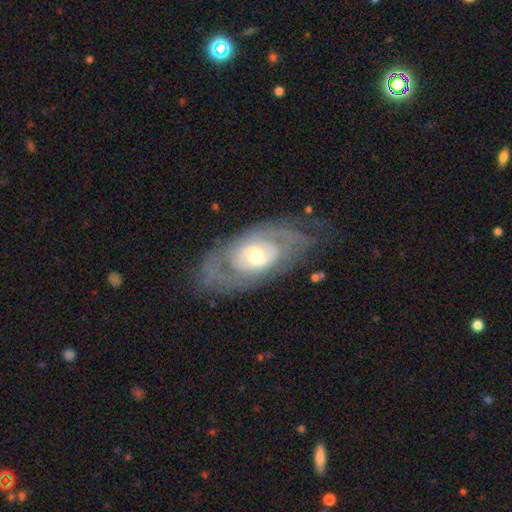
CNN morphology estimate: Q: Smooth or featured?
A: featured or disk (76%); runner-up: smooth (18%)
Q: Edge-on disk?
A: no (92%); runner-up: yes (8%)
Q: Bar?
A: no (56%); runner-up: weak (33%)
Q: Spiral arms?
A: yes (73%); runner-up: no (27%)
Q: Spiral winding?
A: tight (52%); runner-up: medium (33%)
Q: Spiral arm count?
A: 2 (46%); runner-up: can't tell (37%)
Q: Bulge size?
A: moderate (61%); runner-up: small (29%)
Q: Merging?
A: none (65%); runner-up: minor disturbance (19%)